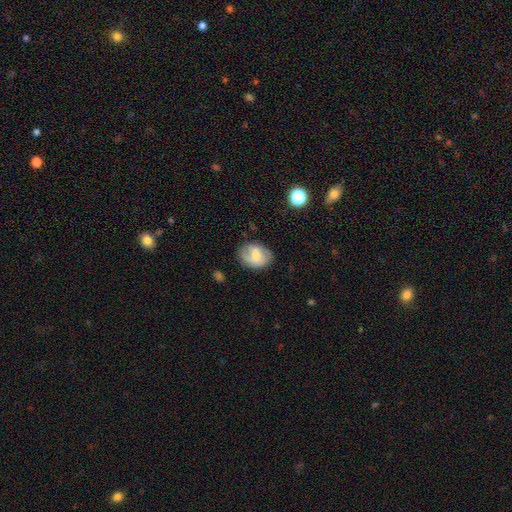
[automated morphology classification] Q: Smooth or featured?
A: smooth (55%); runner-up: featured or disk (37%)
Q: How rounded?
A: in between (62%); runner-up: round (37%)
Q: Merging?
A: none (70%); runner-up: minor disturbance (21%)